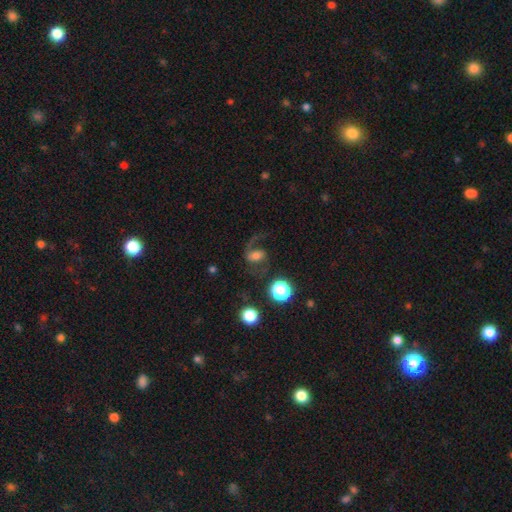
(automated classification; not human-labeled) Q: Smooth or featured?
A: featured or disk (62%); runner-up: smooth (25%)
Q: Edge-on disk?
A: no (97%); runner-up: yes (3%)
Q: Bar?
A: weak (39%); runner-up: no (36%)
Q: Spiral arms?
A: yes (90%); runner-up: no (10%)
Q: Spiral winding?
A: loose (57%); runner-up: medium (35%)
Q: Spiral arm count?
A: 2 (65%); runner-up: 1 (29%)
Q: Bulge size?
A: moderate (49%); runner-up: small (23%)
Q: Merging?
A: none (52%); runner-up: major disturbance (29%)